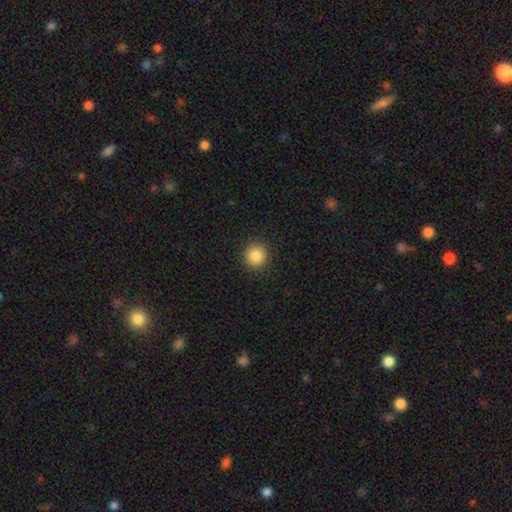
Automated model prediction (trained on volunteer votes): A smooth galaxy with no disk features (86%) that is round (93%). Merging: none (92%).